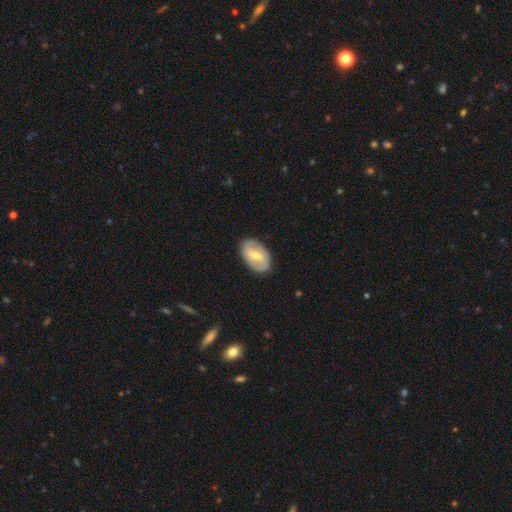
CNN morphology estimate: Smooth or featured? Predicted: featured or disk (p=0.60). Edge-on disk? Predicted: no (p=0.94). Bar? Predicted: weak (p=0.50). Spiral arms? Predicted: yes (p=0.60). Bulge size? Predicted: moderate (p=0.57). Merging? Predicted: none (p=0.83).